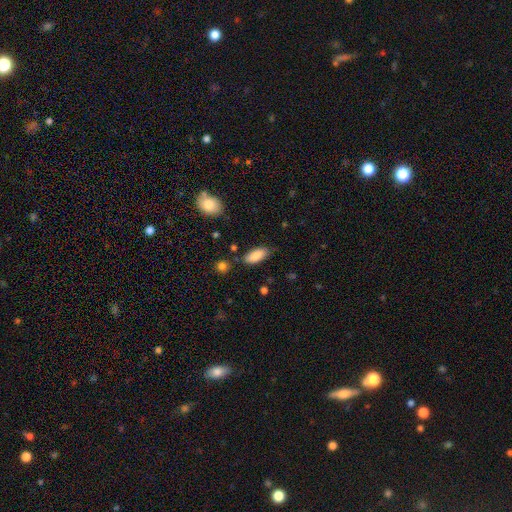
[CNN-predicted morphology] This is clearly a smooth galaxy (86%). How rounded: clearly in between (87%). Merging: likely none (78%).